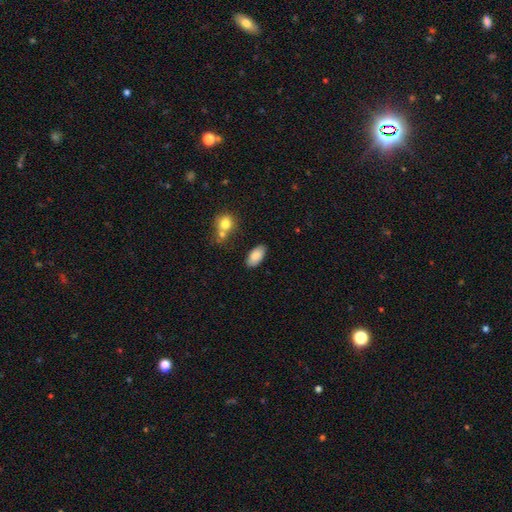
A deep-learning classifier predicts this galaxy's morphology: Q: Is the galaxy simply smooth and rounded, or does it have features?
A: smooth — 86%.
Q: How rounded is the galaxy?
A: in between — 94%.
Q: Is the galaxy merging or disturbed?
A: none — 81%.